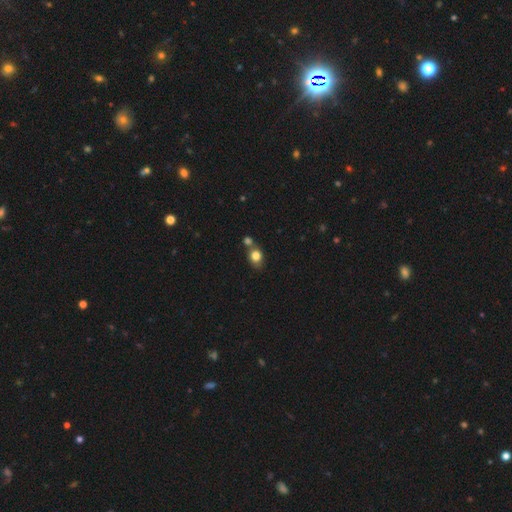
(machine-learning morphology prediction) Smooth or featured? smooth (81%)
How rounded? round (55%)
Merging? none (51%)